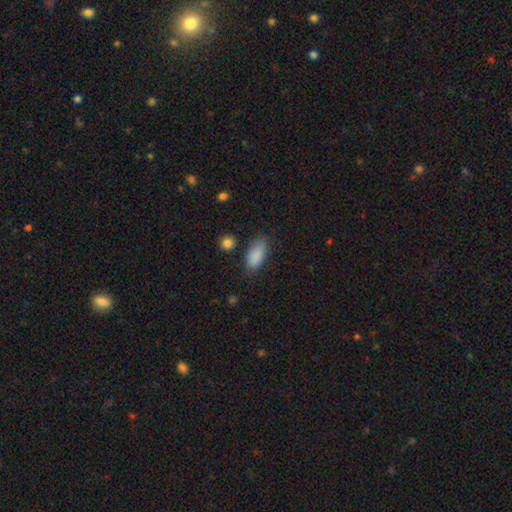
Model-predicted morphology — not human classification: Q: Smooth or featured?
A: smooth (87%); runner-up: star or artifact (8%)
Q: How rounded?
A: in between (87%); runner-up: cigar-shaped (10%)
Q: Merging?
A: none (73%); runner-up: minor disturbance (20%)